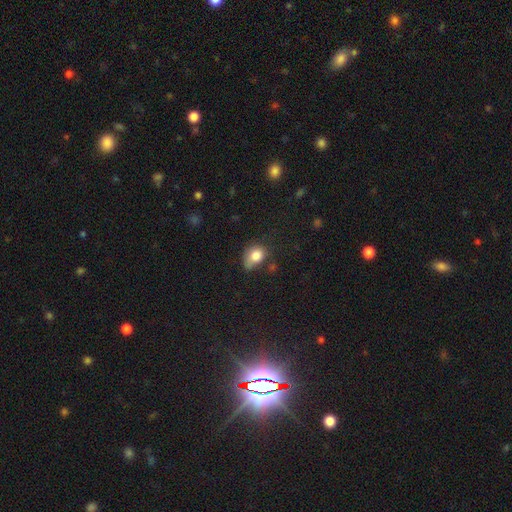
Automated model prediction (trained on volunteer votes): A smooth galaxy with no disk features (81%) that is in between round and cigar-shaped (55%). Merging: none (39%).